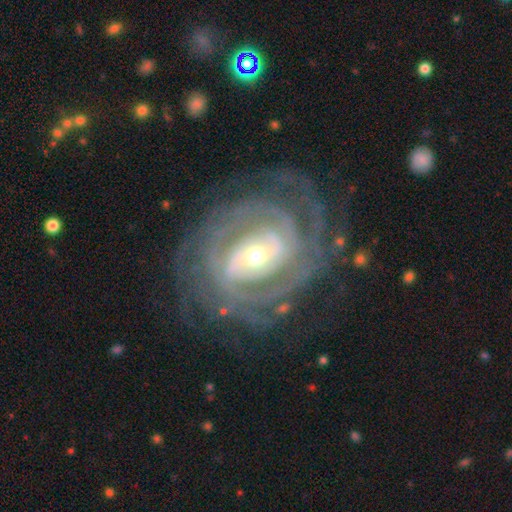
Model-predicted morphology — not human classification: This is clearly a featured or disk galaxy (89%). It is clearly not viewed edge-on (97%). Bar: marginally weak (37%). Spiral arm pattern: clearly yes (95%). Spiral arm count: marginally 2 (32%). Spiral winding: likely tight (66%). Central bulge: possibly moderate (48%). Merging: likely none (72%).